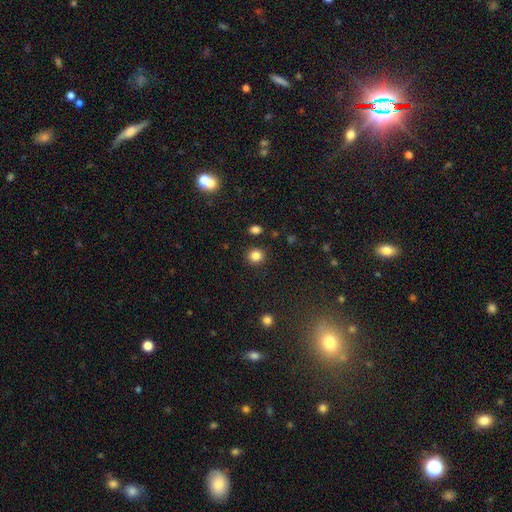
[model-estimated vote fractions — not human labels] Morphology: type=smooth (85%); roundness=round (89%); merging=none (89%).